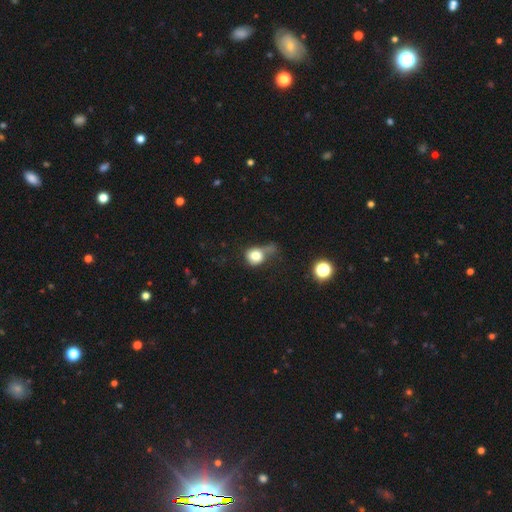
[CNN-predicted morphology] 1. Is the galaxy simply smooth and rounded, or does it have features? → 77% smooth, 12% featured or disk, 11% star or artifact.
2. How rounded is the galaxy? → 75% round, 24% in between, 1% cigar-shaped.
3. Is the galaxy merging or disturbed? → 29% major disturbance (tied), 29% none (tied), 29% minor disturbance (tied), 13% merger.